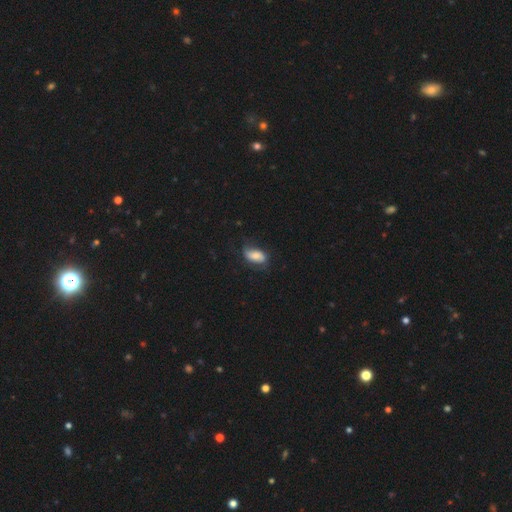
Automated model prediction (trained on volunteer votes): smooth-or-featured: smooth: 57% | featured or disk: 35% | star or artifact: 8%
  how-rounded: in between: 89% | round: 6% | cigar-shaped: 5%
  merging: none: 58% | minor disturbance: 27% | major disturbance: 14% | merger: 2%